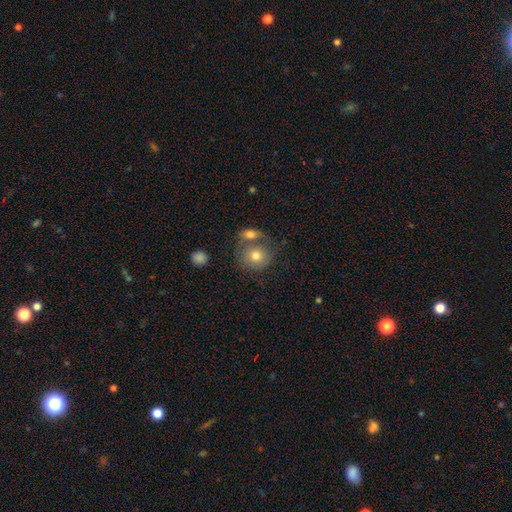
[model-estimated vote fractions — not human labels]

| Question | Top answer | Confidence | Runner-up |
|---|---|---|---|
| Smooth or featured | smooth | 64% | featured or disk (23%) |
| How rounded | round | 84% | in between (15%) |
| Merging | none | 56% | merger (28%) |